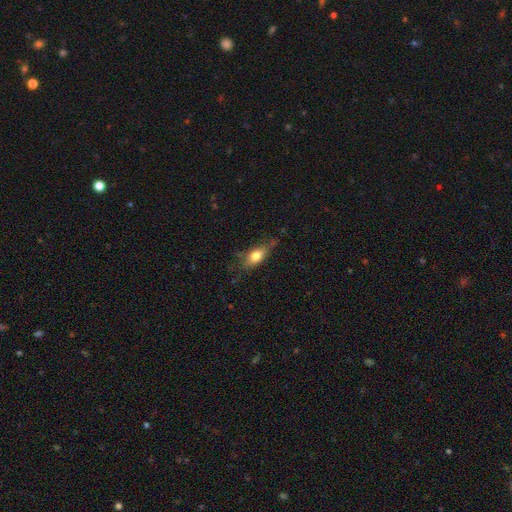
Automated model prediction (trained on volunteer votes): Smooth or featured? smooth (72%)
How rounded? in between (77%)
Merging? none (61%)